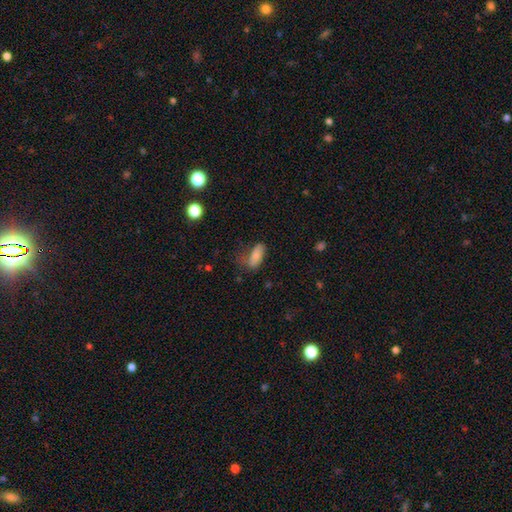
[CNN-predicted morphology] Smooth or featured?
  - smooth: 81% *
  - featured or disk: 11%
  - star or artifact: 9%
How rounded?
  - in between: 85% *
  - cigar-shaped: 13%
  - round: 3%
Merging?
  - none: 43% *
  - minor disturbance: 32%
  - major disturbance: 21%
  - merger: 4%